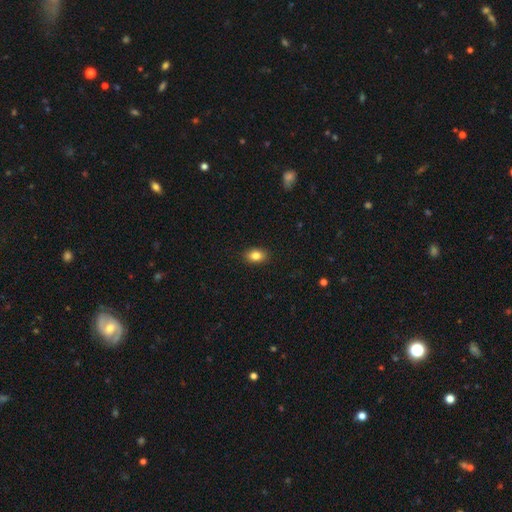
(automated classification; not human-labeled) This is clearly a smooth galaxy (84%). How rounded: likely in between (78%). Merging: clearly none (89%).